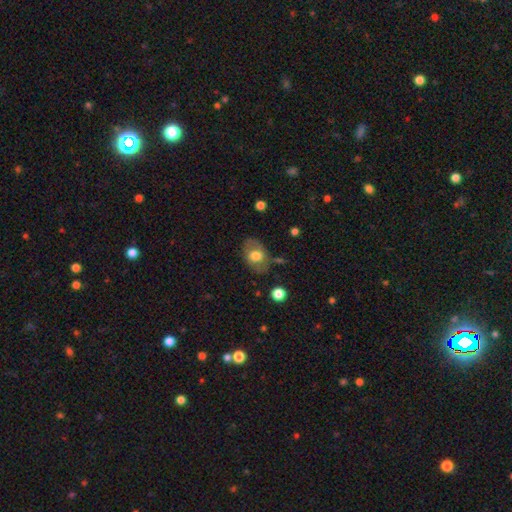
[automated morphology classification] type=smooth (63%); roundness=in between (75%); merging=none (68%).